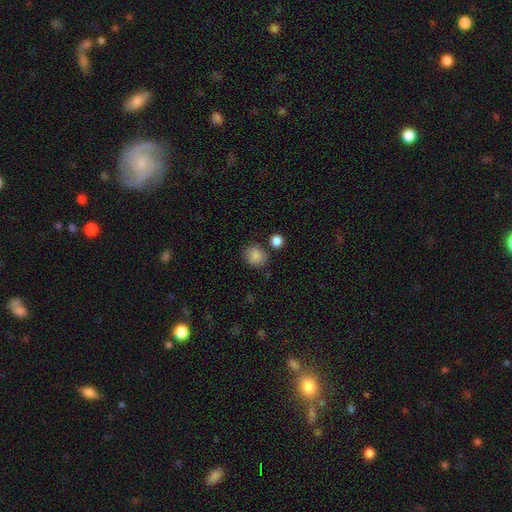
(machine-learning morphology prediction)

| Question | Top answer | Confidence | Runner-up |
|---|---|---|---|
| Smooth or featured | smooth | 86% | star or artifact (9%) |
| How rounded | round | 77% | in between (22%) |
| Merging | none | 76% | minor disturbance (12%) |